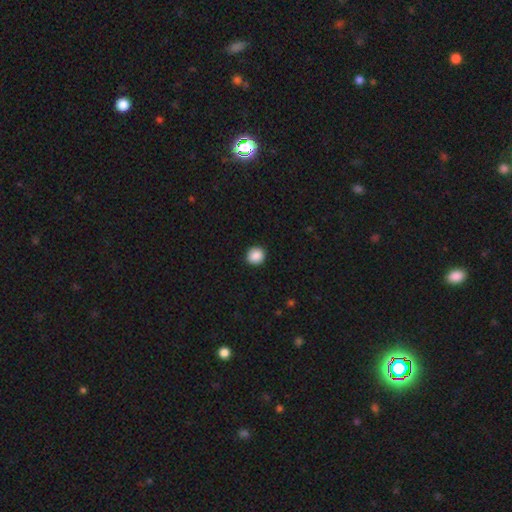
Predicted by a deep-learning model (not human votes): Morphology: type=smooth (89%); roundness=round (90%); merging=none (92%).